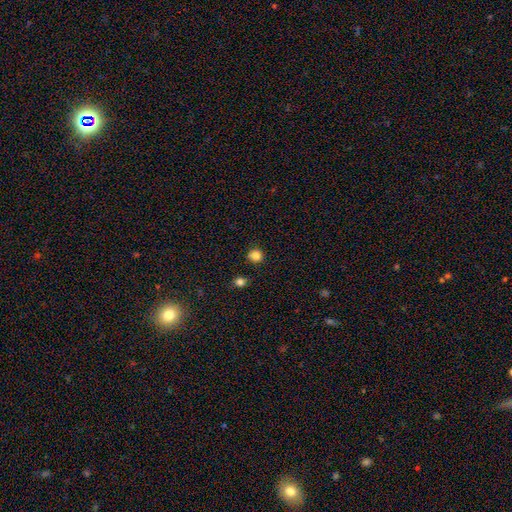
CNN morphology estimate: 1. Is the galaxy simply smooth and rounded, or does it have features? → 83% smooth, 12% star or artifact, 5% featured or disk.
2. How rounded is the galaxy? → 90% round, 9% in between, 1% cigar-shaped.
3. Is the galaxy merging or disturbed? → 81% none, 12% minor disturbance, 4% merger, 3% major disturbance.